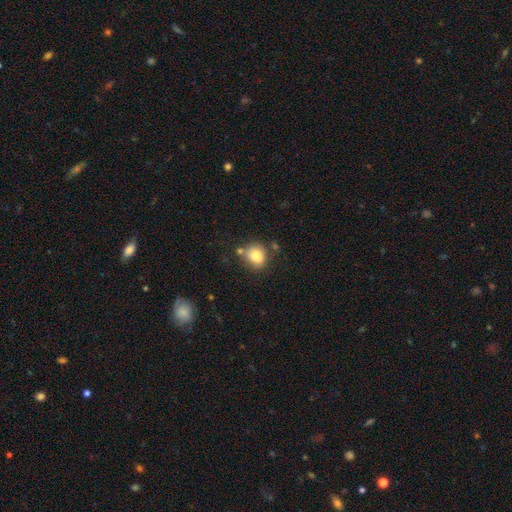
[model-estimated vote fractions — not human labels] smooth_or_featured: smooth (p=0.81) [alt: star or artifact p=0.10]
how_rounded: round (p=0.71) [alt: in between p=0.28]
merging: none (p=0.64) [alt: minor disturbance p=0.17]